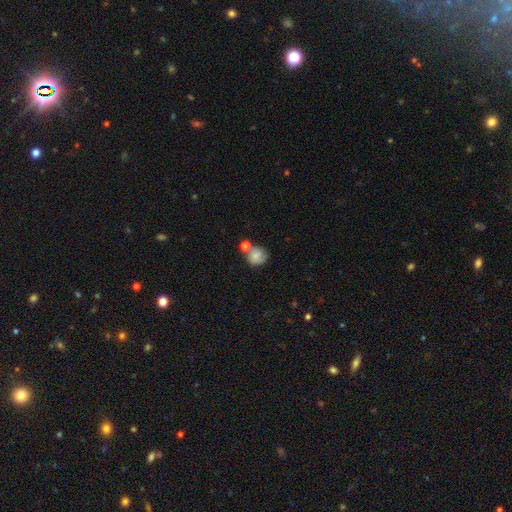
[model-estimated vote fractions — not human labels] Smooth or featured? smooth (71%)
How rounded? round (77%)
Merging? none (45%)